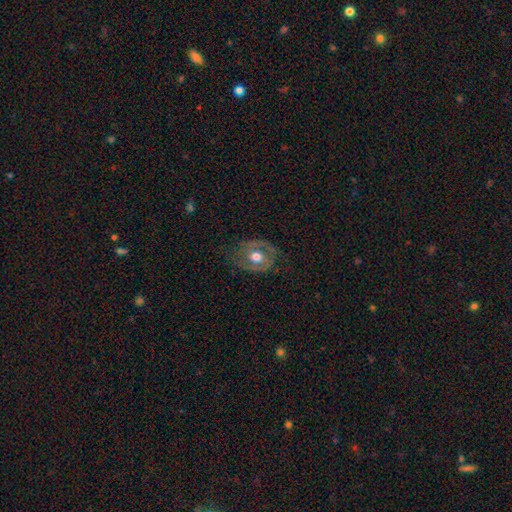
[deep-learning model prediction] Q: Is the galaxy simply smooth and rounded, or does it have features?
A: featured or disk — 62%.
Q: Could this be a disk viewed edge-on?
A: no — 94%.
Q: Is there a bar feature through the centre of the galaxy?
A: no — 70%.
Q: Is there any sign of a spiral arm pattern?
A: yes — 52%.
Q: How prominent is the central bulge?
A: moderate — 69%.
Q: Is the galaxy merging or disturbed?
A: none — 78%.